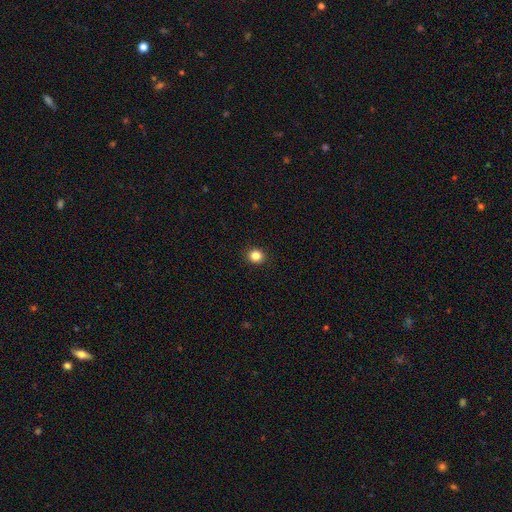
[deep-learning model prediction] A smooth galaxy with no disk features (85%) that is round (84%). Merging: none (92%).